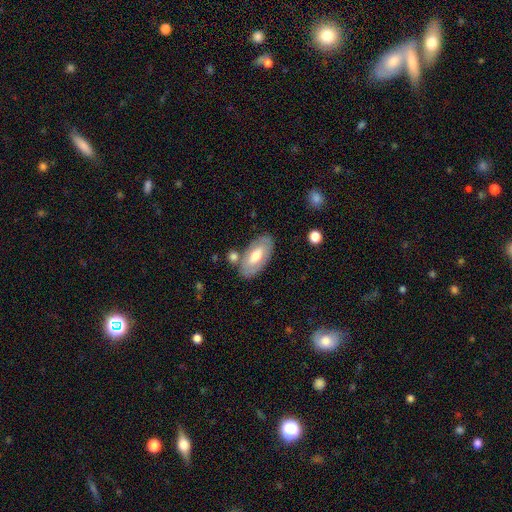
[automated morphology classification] type=smooth (52%); roundness=in between (91%); merging=none (74%).